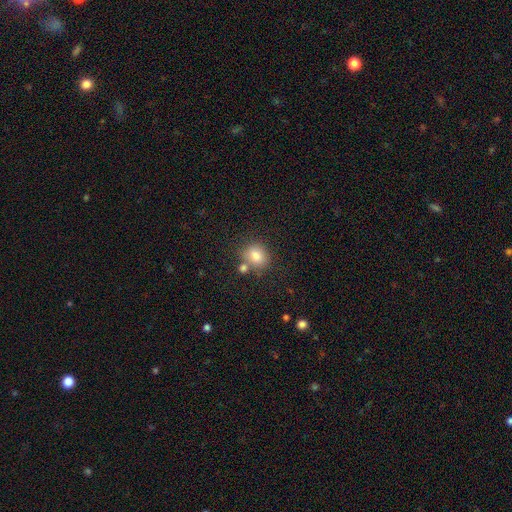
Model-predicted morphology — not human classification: This appears to be a smooth galaxy with no disk features (81%) that is round (64%). Merging: none (66%).